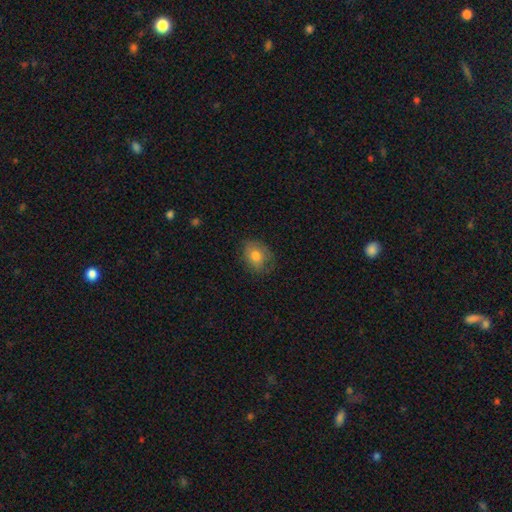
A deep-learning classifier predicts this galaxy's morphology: This appears to be a smooth galaxy with no disk features (76%) that is in between round and cigar-shaped (51%). Merging: none (69%).